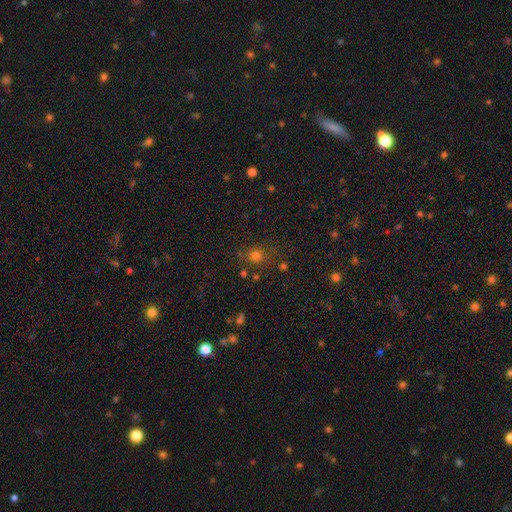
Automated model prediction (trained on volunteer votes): Overall: smooth (68%). How rounded: round (81%). Merging: none (78%).